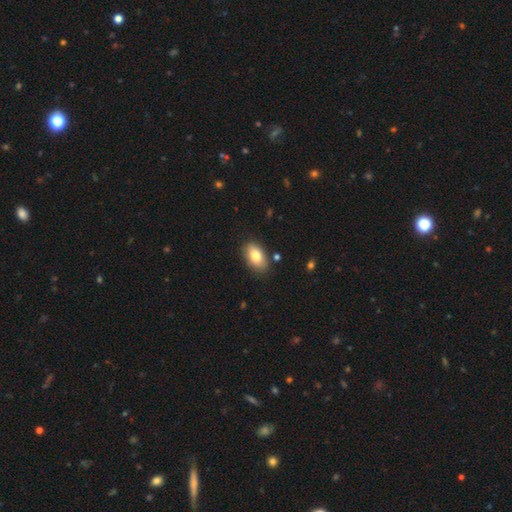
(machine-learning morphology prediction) Overall: smooth (80%). How rounded: in between (92%). Merging: none (83%).